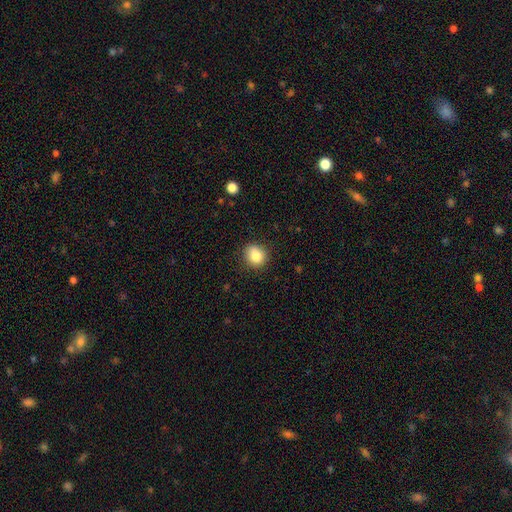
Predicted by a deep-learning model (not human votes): Smooth or featured? smooth (84%)
How rounded? round (73%)
Merging? none (85%)